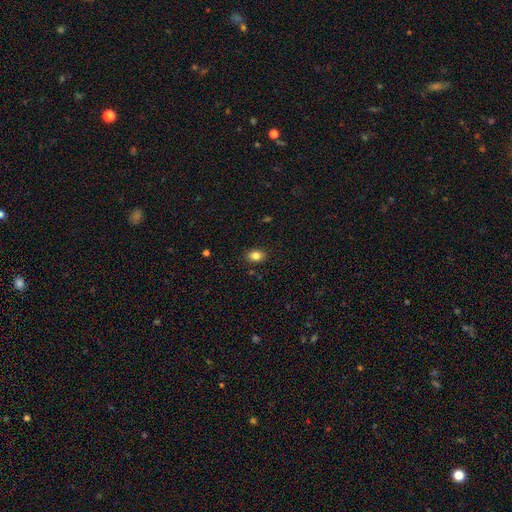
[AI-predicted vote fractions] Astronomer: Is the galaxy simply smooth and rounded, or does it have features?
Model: smooth — 84%.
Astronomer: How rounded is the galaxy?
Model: in between — 76%.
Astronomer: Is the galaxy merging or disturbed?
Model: none — 88%.